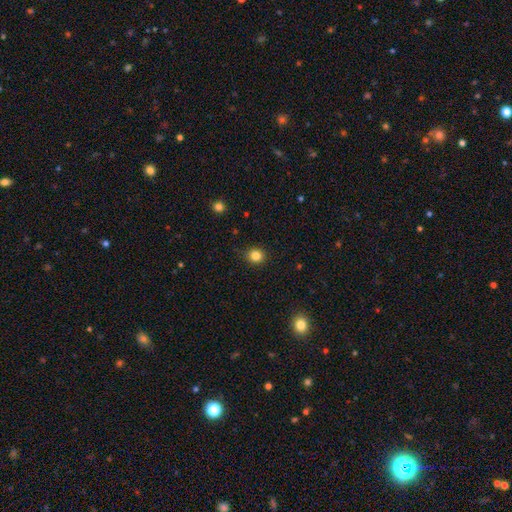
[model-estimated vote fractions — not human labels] smooth_or_featured: smooth (p=0.83) [alt: star or artifact p=0.12]
how_rounded: round (p=0.84) [alt: in between p=0.15]
merging: none (p=0.88) [alt: minor disturbance p=0.09]